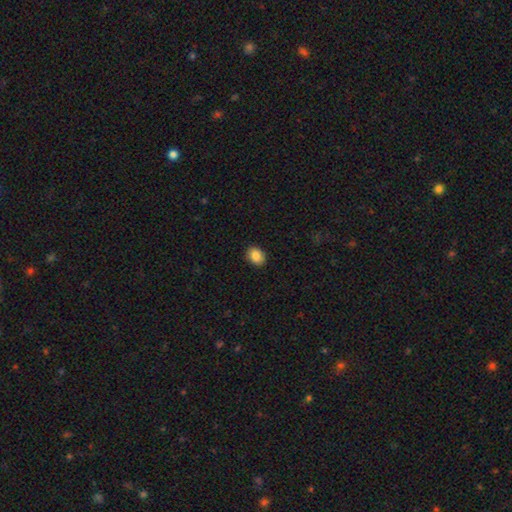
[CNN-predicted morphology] This appears to be a smooth galaxy with no disk features (87%) that is in between round and cigar-shaped (56%). Merging: none (89%).